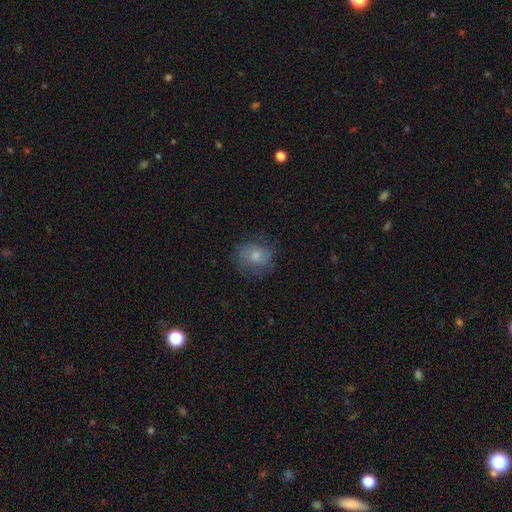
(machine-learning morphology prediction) Smooth or featured: smooth — 68% (featured or disk — 22%)
How rounded: round — 70% (in between — 29%)
Merging: none — 70% (minor disturbance — 20%)